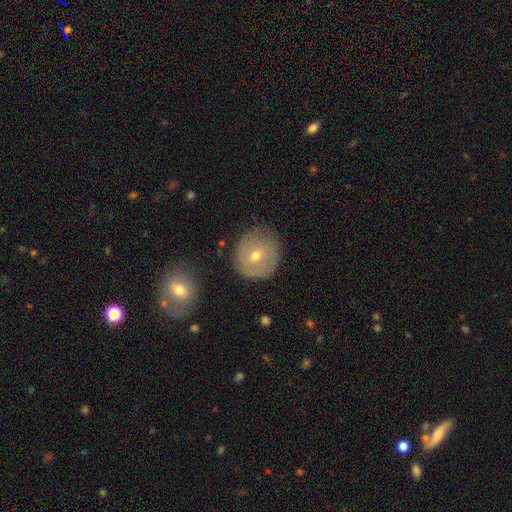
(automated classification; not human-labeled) A smooth galaxy with no disk features (53%) that is round (83%).

Vote fractions:
- Smooth or featured? smooth: 53% / featured or disk: 37% / star or artifact: 9%
- How rounded? round: 83% / in between: 16% / cigar-shaped: 1%
- Merging? none: 74% / minor disturbance: 19% / major disturbance: 5% / merger: 2%